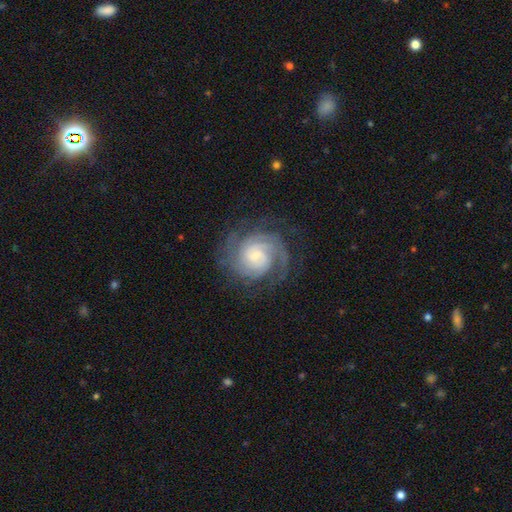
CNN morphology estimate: Smooth or featured: featured or disk — 85% (smooth — 9%)
Edge-on disk: no — 98% (yes — 2%)
Bar: no — 53% (weak — 39%)
Spiral arms: yes — 97% (no — 3%)
Spiral winding: tight — 67% (medium — 27%)
Spiral arm count: 2 — 29% (can't tell — 27%)
Bulge size: small — 57% (moderate — 25%)
Merging: none — 74% (minor disturbance — 14%)